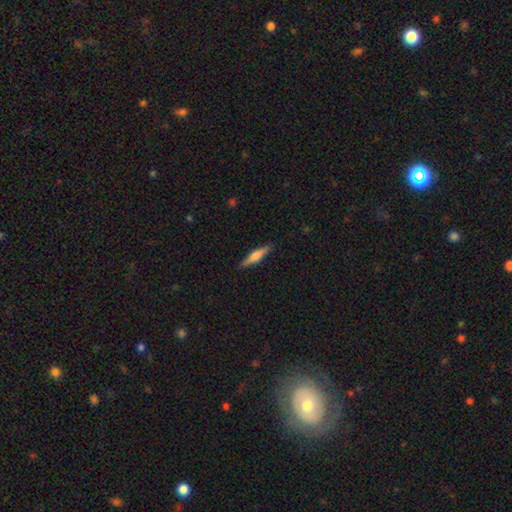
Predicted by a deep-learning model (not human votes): A smooth galaxy with no disk features (49%). Merging: none (89%).